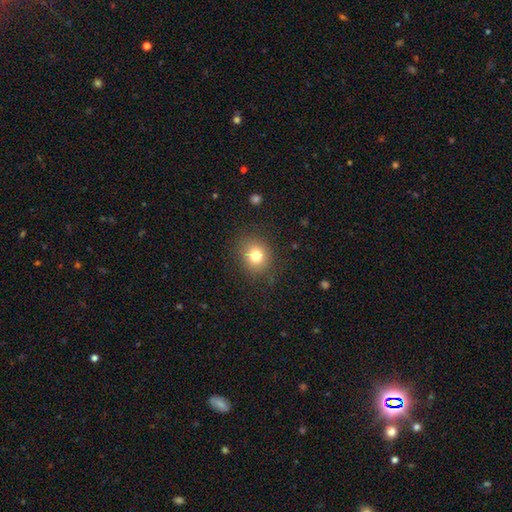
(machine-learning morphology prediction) smooth-or-featured: smooth: 78% | star or artifact: 13% | featured or disk: 9%
  how-rounded: round: 78% | in between: 22% | cigar-shaped: 1%
  merging: none: 85% | minor disturbance: 10% | major disturbance: 4% | merger: 1%